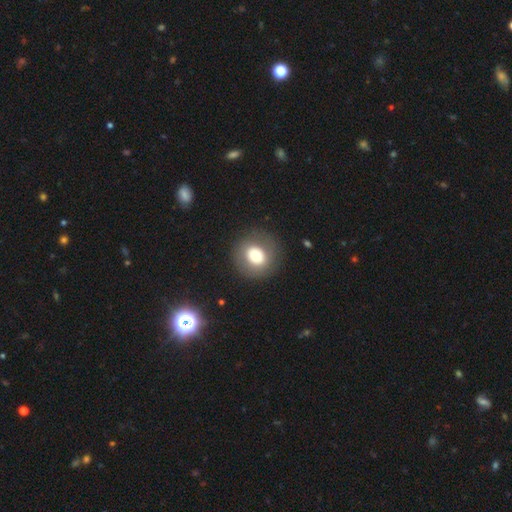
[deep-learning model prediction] Smooth or featured: smooth — 69% (featured or disk — 21%)
How rounded: round — 86% (in between — 13%)
Merging: none — 85% (minor disturbance — 9%)